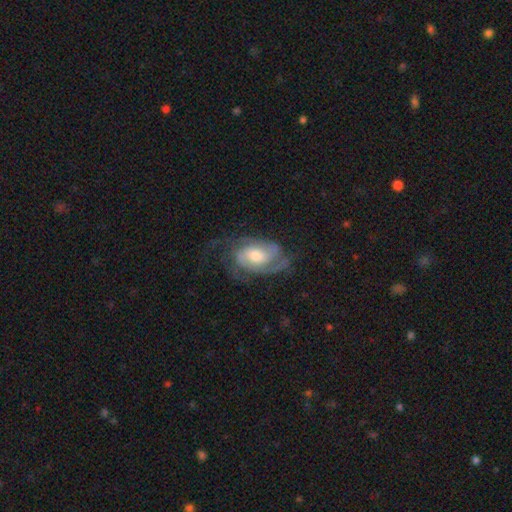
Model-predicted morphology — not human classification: A featured or disk galaxy (83%) with no bar (58%), 2 (43%) tight (43%) spiral arms (95%) and a moderate central bulge (59%).

Vote fractions:
- Smooth or featured? featured or disk: 83% / smooth: 12% / star or artifact: 5%
- Edge-on disk? no: 97% / yes: 3%
- Bar? no: 58% / weak: 34% / strong: 8%
- Spiral arms? yes: 95% / no: 5%
- Spiral winding? tight: 43% / medium: 42% / loose: 15%
- Spiral arm count? 2: 43% / 3: 22% / can't tell: 20% / 1: 6% / 4: 5% / more than 4: 4%
- Bulge size? moderate: 59% / small: 24% / large: 13% / none: 2% / dominant: 1%
- Merging? none: 58% / minor disturbance: 21% / major disturbance: 19% / merger: 1%